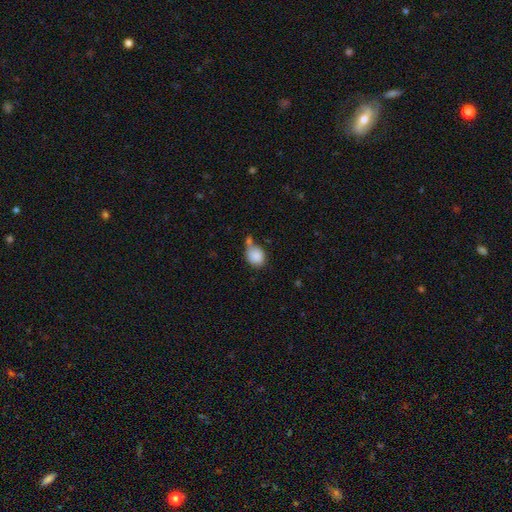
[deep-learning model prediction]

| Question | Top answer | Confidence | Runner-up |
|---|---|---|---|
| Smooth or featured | smooth | 86% | star or artifact (9%) |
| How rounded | round | 65% | in between (34%) |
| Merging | none | 43% | merger (25%) |